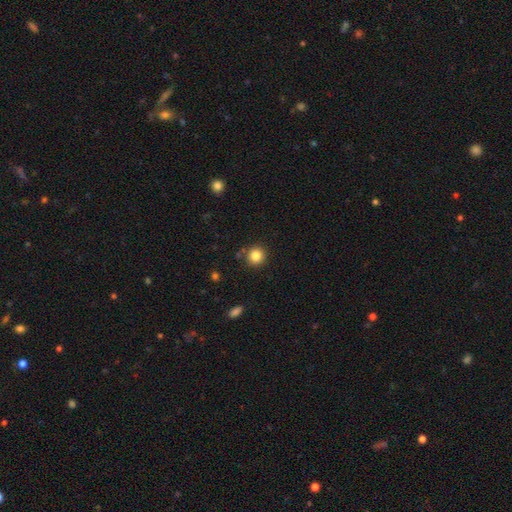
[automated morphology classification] A smooth galaxy with no disk features (84%) that is round (92%).

Vote fractions:
- Smooth or featured? smooth: 84% / star or artifact: 11% / featured or disk: 5%
- How rounded? round: 92% / in between: 7% / cigar-shaped: 1%
- Merging? none: 87% / minor disturbance: 7% / merger: 4% / major disturbance: 2%